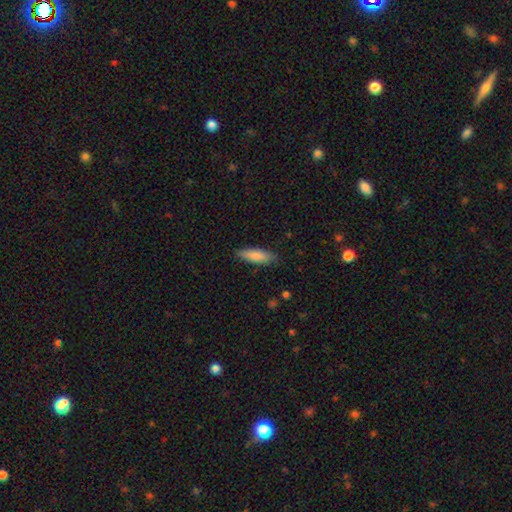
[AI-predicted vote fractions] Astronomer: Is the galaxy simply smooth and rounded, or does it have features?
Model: smooth — 84%.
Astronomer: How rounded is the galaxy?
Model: cigar-shaped — 50% (runner-up: in between, 48%).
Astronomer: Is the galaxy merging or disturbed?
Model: none — 85%.